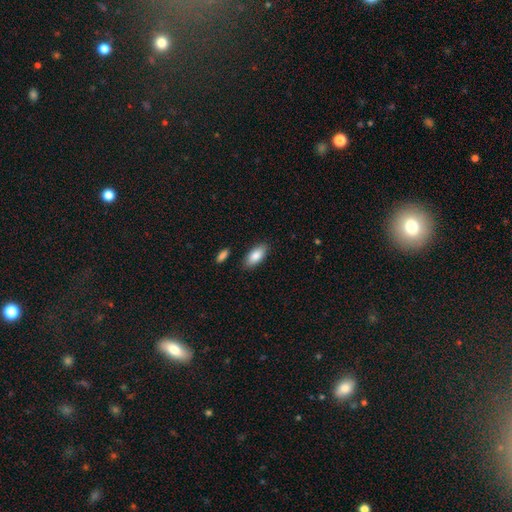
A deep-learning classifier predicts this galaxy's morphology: A smooth galaxy with no disk features (85%) that is in between round and cigar-shaped (89%).

Vote fractions:
- Smooth or featured? smooth: 85% / featured or disk: 8% / star or artifact: 6%
- How rounded? in between: 89% / cigar-shaped: 8% / round: 2%
- Merging? none: 85% / minor disturbance: 10% / merger: 2% / major disturbance: 2%